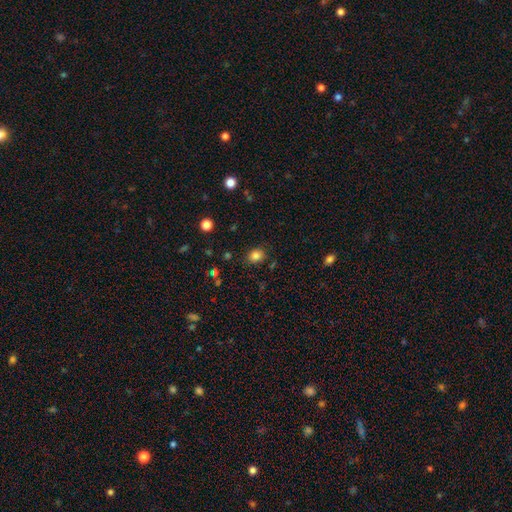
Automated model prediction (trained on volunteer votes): The model was most divided on "how rounded": in between: 50%, round: 49%, cigar-shaped: 1%. More confident: smooth or featured — smooth (83%); merging — none (82%).